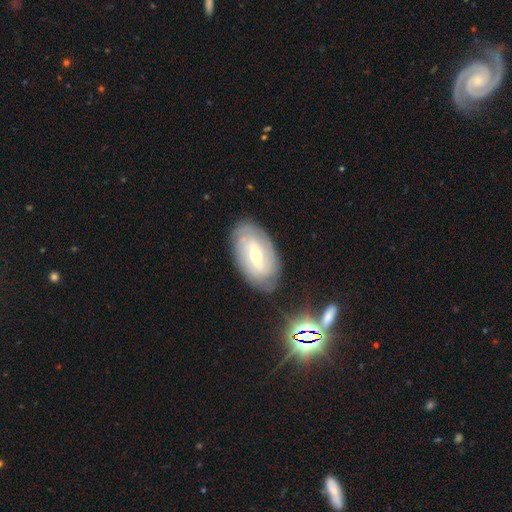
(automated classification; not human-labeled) Smooth or featured: featured or disk — 75% (smooth — 18%)
Edge-on disk: no — 93% (yes — 7%)
Bar: weak — 45% (strong — 35%)
Spiral arms: yes — 84% (no — 16%)
Spiral winding: tight — 59% (medium — 28%)
Spiral arm count: can't tell — 41% (2 — 36%)
Bulge size: moderate — 55% (small — 41%)
Merging: none — 79% (minor disturbance — 15%)